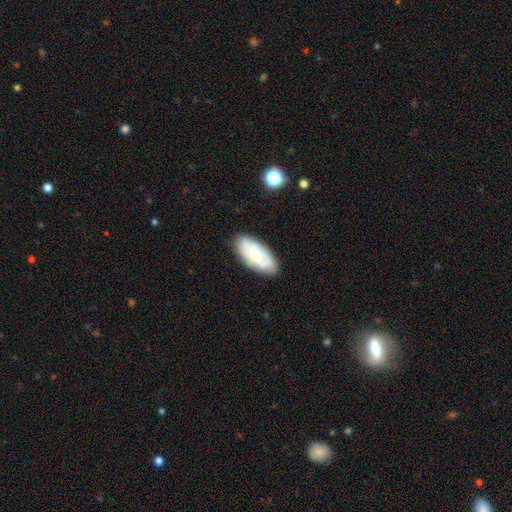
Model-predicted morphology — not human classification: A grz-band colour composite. It shows a smooth galaxy with no disk features (50%). Merging: none (81%).